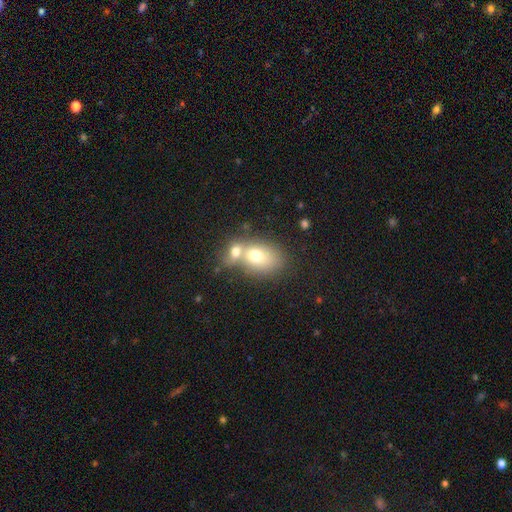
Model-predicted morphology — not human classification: smooth 70%, featured or disk 20%, star or artifact 10%. Down the decision tree: how rounded — in between (73%); merging — merger (59%).